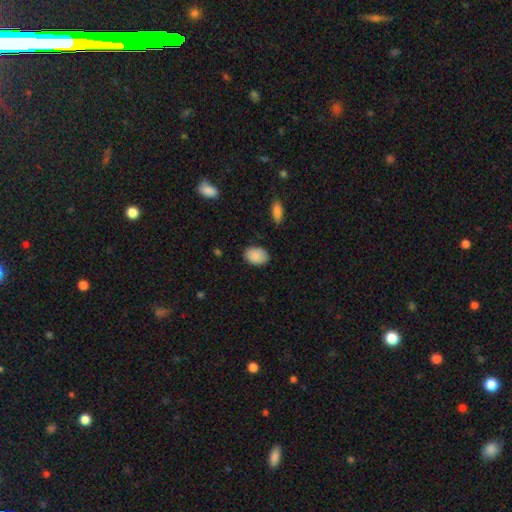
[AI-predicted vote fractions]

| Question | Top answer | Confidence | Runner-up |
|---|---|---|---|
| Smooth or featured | smooth | 89% | star or artifact (7%) |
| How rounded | in between | 82% | round (17%) |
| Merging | none | 84% | minor disturbance (12%) |